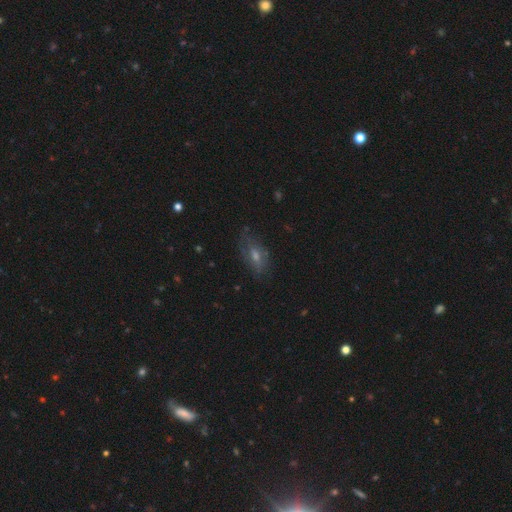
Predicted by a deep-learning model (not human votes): Smooth or featured?
  - smooth: 41% * (tied)
  - featured or disk: 41% * (tied)
  - star or artifact: 18%
Merging?
  - none: 68% *
  - minor disturbance: 21%
  - major disturbance: 9%
  - merger: 2%